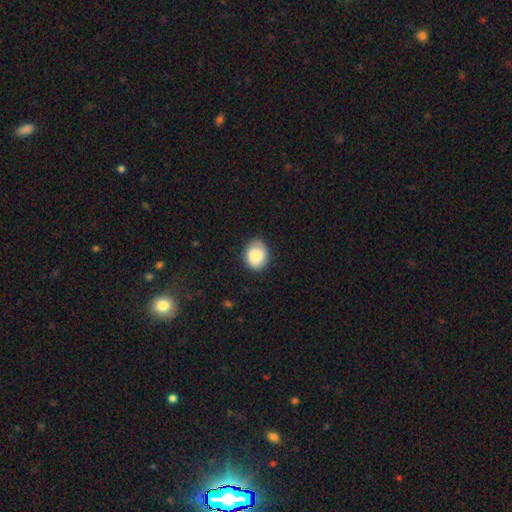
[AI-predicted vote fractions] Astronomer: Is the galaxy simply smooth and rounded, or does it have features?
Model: smooth — 83%.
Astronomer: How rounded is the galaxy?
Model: round — 54% (runner-up: in between, 46%).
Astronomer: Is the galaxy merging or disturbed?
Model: none — 81%.